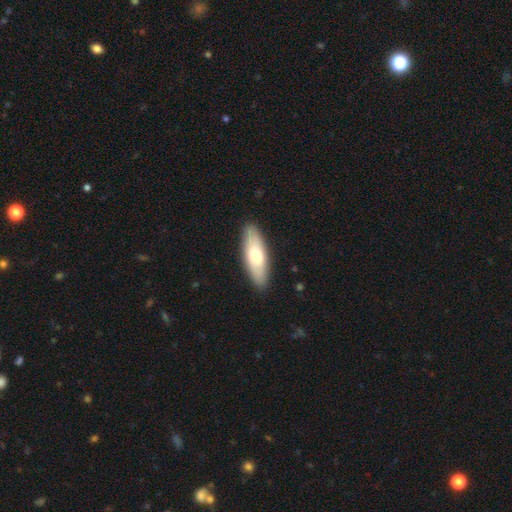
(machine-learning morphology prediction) This is likely a smooth galaxy (68%). How rounded: possibly in between (56%). Merging: clearly none (89%).